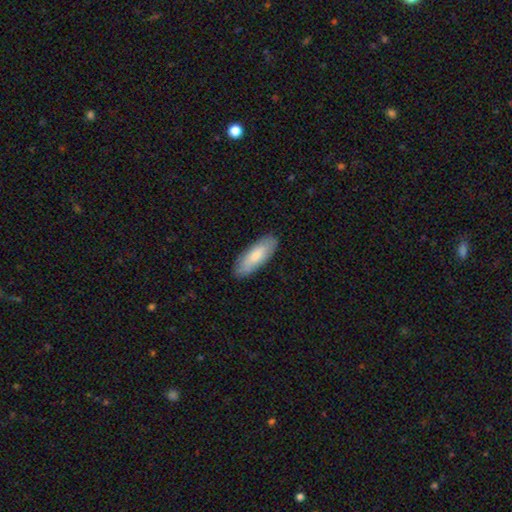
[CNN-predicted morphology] Overall: smooth (79%). How rounded: in between (67%; cigar-shaped 31%). Merging: none (87%).